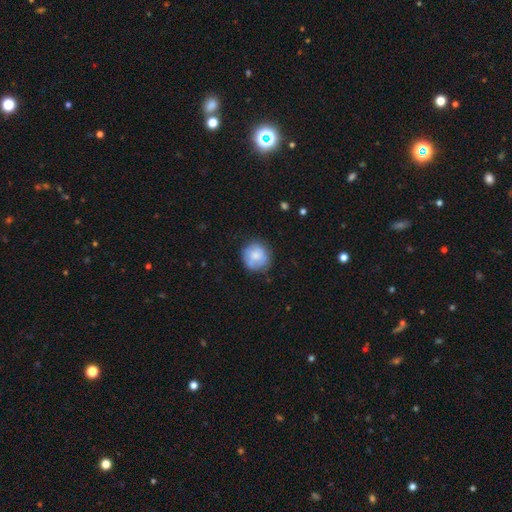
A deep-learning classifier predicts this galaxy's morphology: This is likely a smooth galaxy (68%). How rounded: clearly round (90%). Merging: likely none (70%).